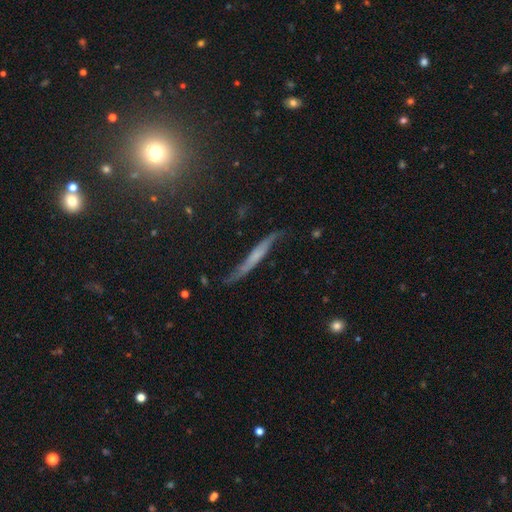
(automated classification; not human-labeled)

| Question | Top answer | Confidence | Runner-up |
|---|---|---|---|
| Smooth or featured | featured or disk | 62% | smooth (29%) |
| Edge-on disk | yes | 68% | no (32%) |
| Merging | none | 60% | minor disturbance (27%) |